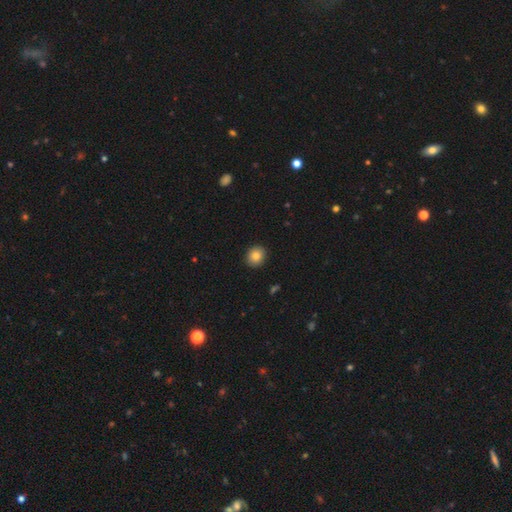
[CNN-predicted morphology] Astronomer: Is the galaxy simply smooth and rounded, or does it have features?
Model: smooth — 83%.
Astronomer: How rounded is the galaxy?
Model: round — 76%.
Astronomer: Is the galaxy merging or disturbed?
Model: none — 91%.